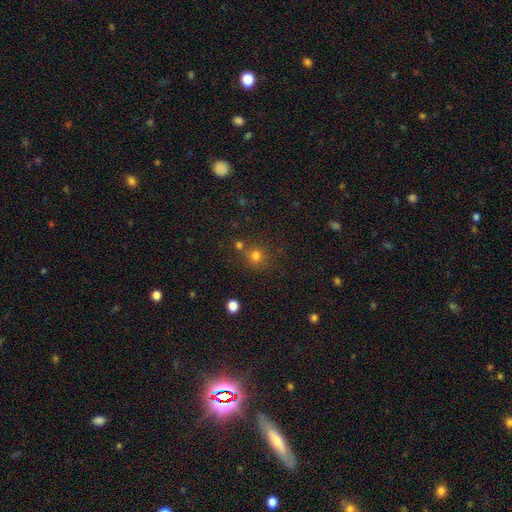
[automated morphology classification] A smooth galaxy with no disk features (75%) that is round (90%).

Vote fractions:
- Smooth or featured? smooth: 75% / star or artifact: 18% / featured or disk: 7%
- How rounded? round: 90% / in between: 10% / cigar-shaped: 1%
- Merging? none: 69% / merger: 19% / minor disturbance: 9% / major disturbance: 4%